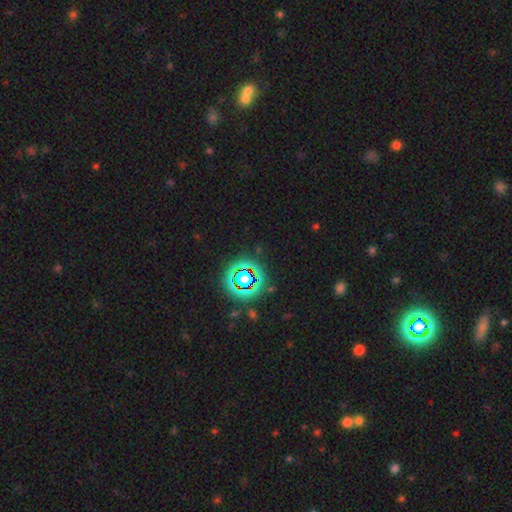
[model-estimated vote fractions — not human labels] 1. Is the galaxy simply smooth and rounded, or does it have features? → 76% star or artifact, 15% smooth, 9% featured or disk.